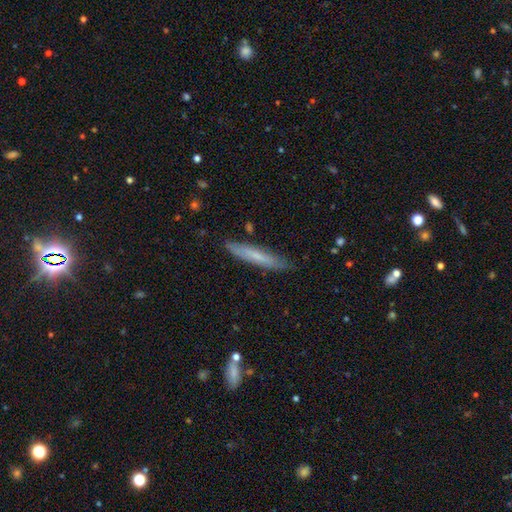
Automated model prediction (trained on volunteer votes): Smooth or featured?
  - smooth: 61% *
  - featured or disk: 32%
  - star or artifact: 6%
How rounded?
  - cigar-shaped: 93% *
  - in between: 6%
  - round: 1%
Merging?
  - none: 85% *
  - minor disturbance: 12%
  - major disturbance: 2%
  - merger: 2%